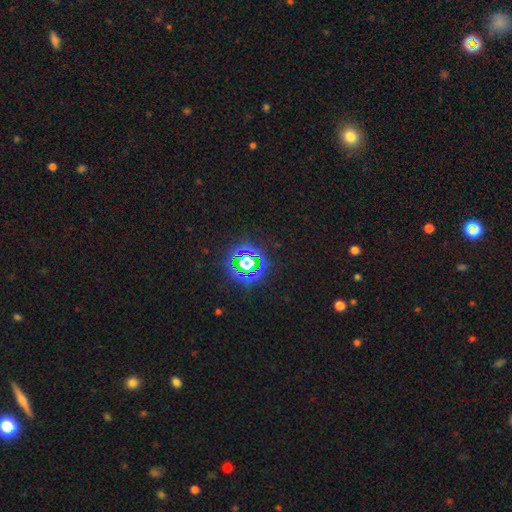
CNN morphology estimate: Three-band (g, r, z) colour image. It shows a star or artifact, not a galaxy (82%).